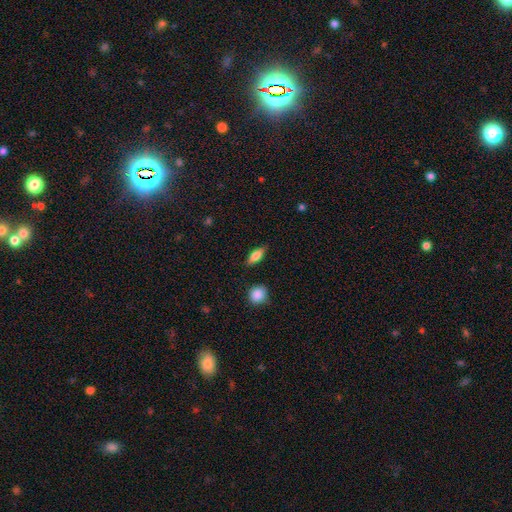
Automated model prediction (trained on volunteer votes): Q: Smooth or featured?
A: smooth (71%); runner-up: featured or disk (21%)
Q: How rounded?
A: in between (71%); runner-up: cigar-shaped (25%)
Q: Merging?
A: none (85%); runner-up: minor disturbance (11%)